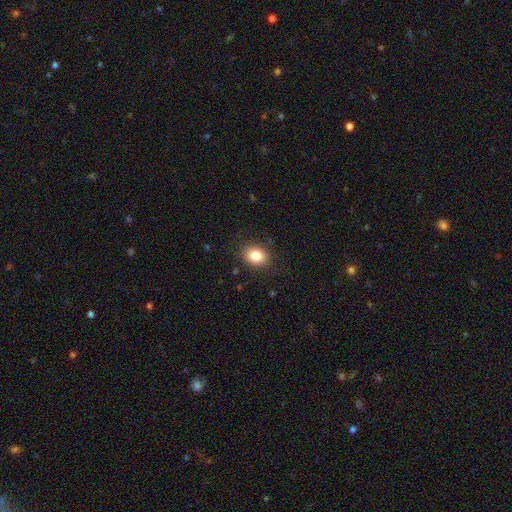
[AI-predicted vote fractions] Smooth or featured: smooth — 84% (star or artifact — 9%)
How rounded: in between — 53% (round — 47%)
Merging: none — 86% (minor disturbance — 10%)